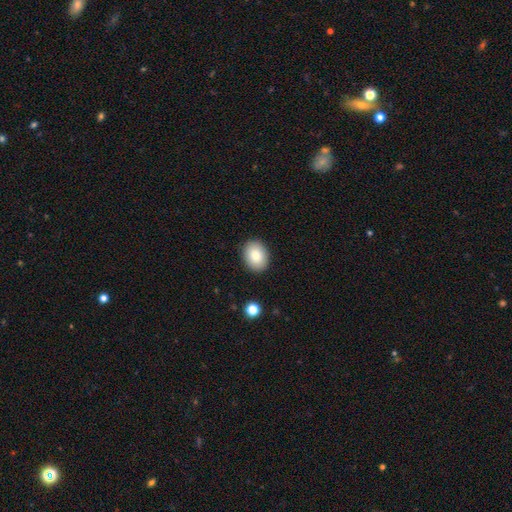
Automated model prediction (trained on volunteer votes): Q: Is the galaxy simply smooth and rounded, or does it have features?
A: smooth — 84%.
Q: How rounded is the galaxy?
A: in between — 63%.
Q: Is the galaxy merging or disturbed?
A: none — 89%.